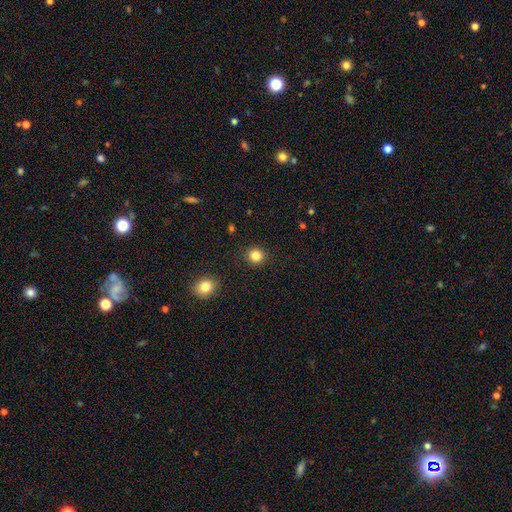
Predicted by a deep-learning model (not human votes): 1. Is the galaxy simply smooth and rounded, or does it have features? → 84% smooth, 12% star or artifact, 4% featured or disk.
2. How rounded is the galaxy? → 88% round, 11% in between, 1% cigar-shaped.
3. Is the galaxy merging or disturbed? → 90% none, 6% minor disturbance, 2% major disturbance, 1% merger.